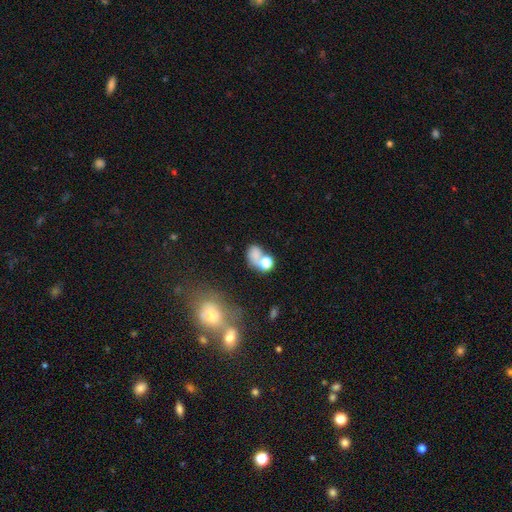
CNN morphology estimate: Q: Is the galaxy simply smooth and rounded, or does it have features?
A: smooth — 69%.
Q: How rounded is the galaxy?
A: in between — 57%.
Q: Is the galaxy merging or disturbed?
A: merger — 42%.